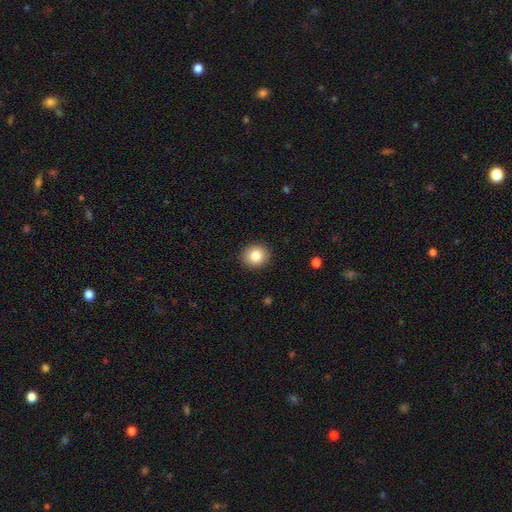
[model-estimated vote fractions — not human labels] Smooth or featured? Predicted: smooth (p=0.83). How rounded? Predicted: round (p=0.83). Merging? Predicted: none (p=0.91).